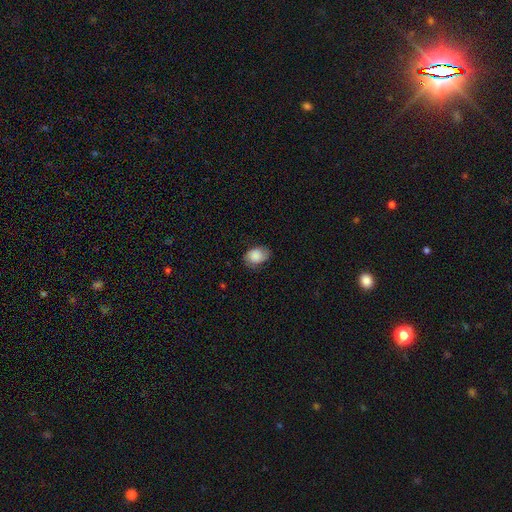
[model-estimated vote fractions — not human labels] This is clearly a smooth galaxy (80%). How rounded: likely in between (75%). Merging: likely none (70%).